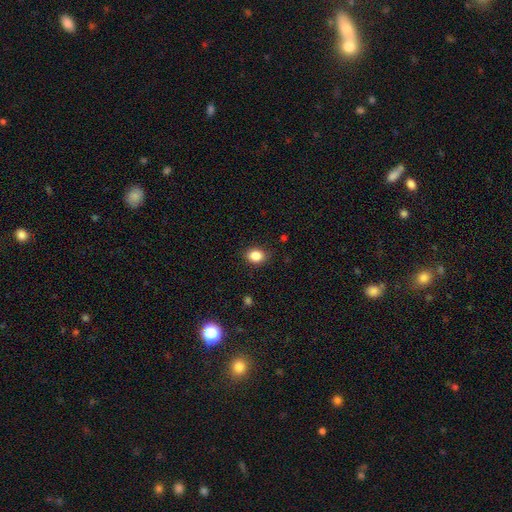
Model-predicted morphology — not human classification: This is clearly a smooth galaxy (85%). How rounded: possibly in between (52%). Merging: clearly none (87%).